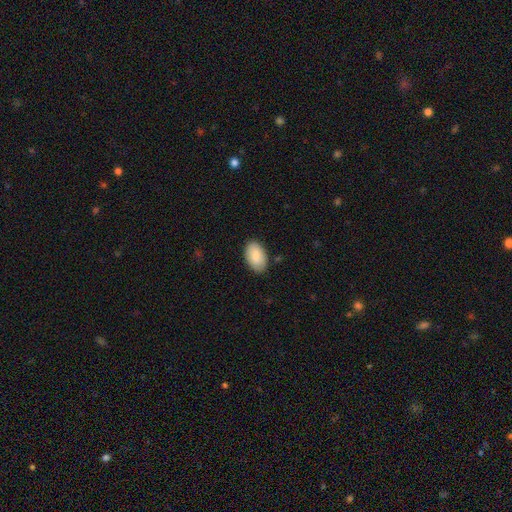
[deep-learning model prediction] Smooth or featured?
  - smooth: 86% *
  - featured or disk: 8%
  - star or artifact: 6%
How rounded?
  - in between: 94% *
  - round: 5%
  - cigar-shaped: 1%
Merging?
  - none: 85% *
  - minor disturbance: 12%
  - major disturbance: 2%
  - merger: 1%